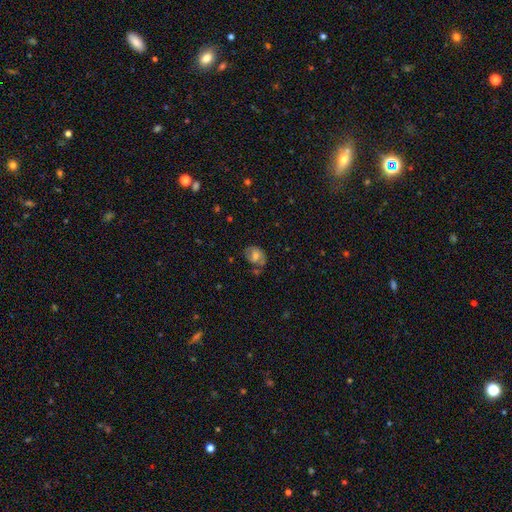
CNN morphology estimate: type=smooth (48%); merging=none (48%).